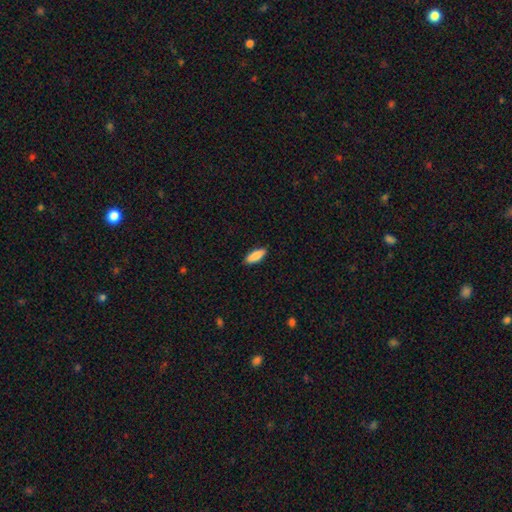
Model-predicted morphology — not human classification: smooth-or-featured: smooth: 88% | featured or disk: 6% | star or artifact: 6%
  how-rounded: in between: 63% | cigar-shaped: 35% | round: 2%
  merging: none: 89% | minor disturbance: 8% | major disturbance: 2% | merger: 1%